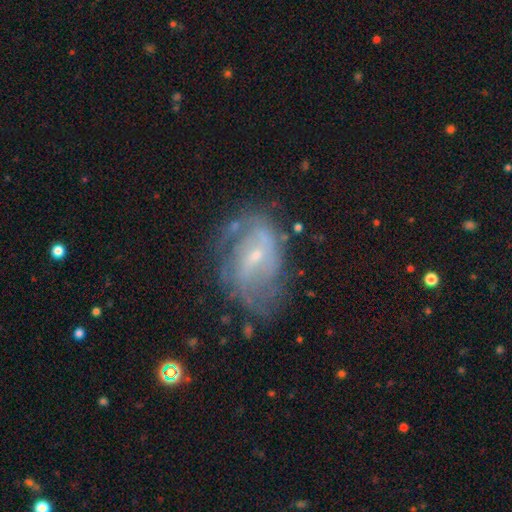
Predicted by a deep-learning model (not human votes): This is clearly a featured or disk galaxy (81%). It is clearly not viewed edge-on (97%). Bar: possibly weak (53%). Spiral arm pattern: clearly yes (87%). Spiral arm count: marginally 2 (44%). Spiral winding: marginally medium (44%). Central bulge: likely small (72%). Merging: possibly none (58%).